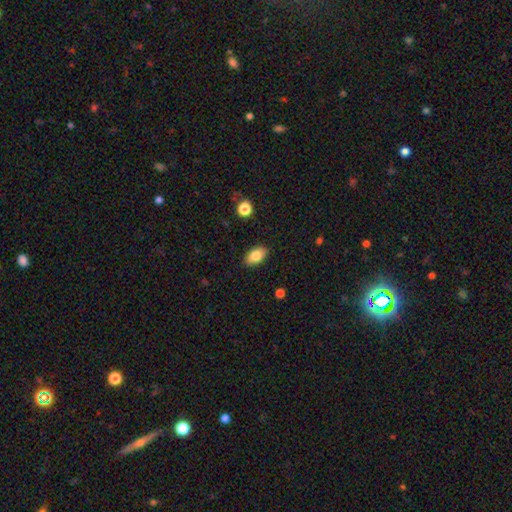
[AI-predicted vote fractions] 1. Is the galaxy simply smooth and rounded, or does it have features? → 83% smooth, 10% featured or disk, 8% star or artifact.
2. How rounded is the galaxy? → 92% in between, 6% round, 2% cigar-shaped.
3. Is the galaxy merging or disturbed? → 88% none, 9% minor disturbance, 2% major disturbance, 1% merger.